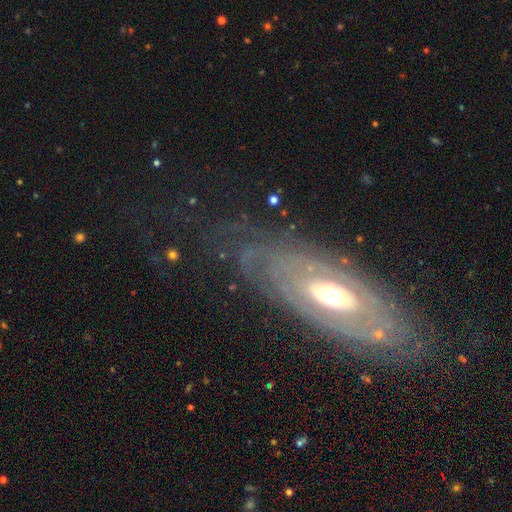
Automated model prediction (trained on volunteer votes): Smooth or featured: featured or disk — 81% (smooth — 12%)
Edge-on disk: no — 85% (yes — 15%)
Bar: no — 69% (weak — 21%)
Spiral arms: yes — 71% (no — 29%)
Bulge size: moderate — 65% (small — 19%)
Merging: none — 73% (minor disturbance — 15%)